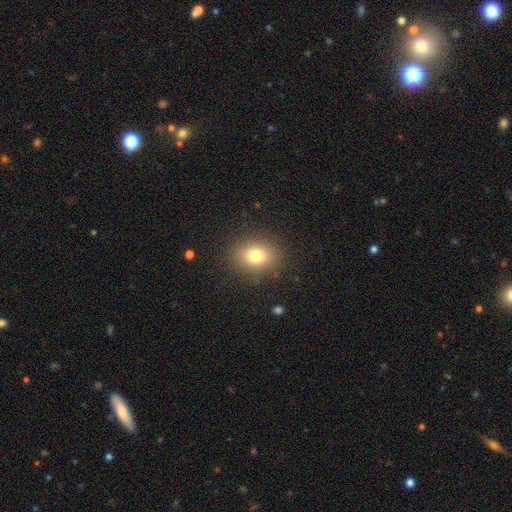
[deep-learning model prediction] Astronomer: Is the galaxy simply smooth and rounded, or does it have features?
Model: smooth — 77%.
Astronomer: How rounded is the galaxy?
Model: in between — 50% (runner-up: round, 49%).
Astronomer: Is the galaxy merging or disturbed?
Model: none — 87%.